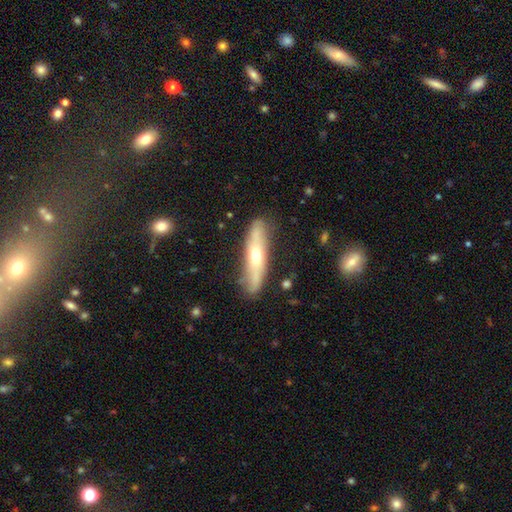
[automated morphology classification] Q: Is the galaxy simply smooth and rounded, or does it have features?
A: featured or disk — 50%.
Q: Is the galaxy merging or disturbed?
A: none — 78%.